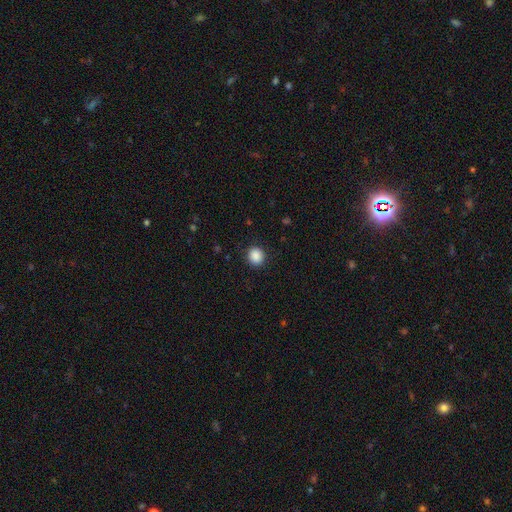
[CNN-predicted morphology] A smooth galaxy with no disk features (88%) that is round (87%).

Vote fractions:
- Smooth or featured? smooth: 88% / star or artifact: 9% / featured or disk: 3%
- How rounded? round: 87% / in between: 12% / cigar-shaped: 1%
- Merging? none: 90% / minor disturbance: 7% / major disturbance: 2% / merger: 1%